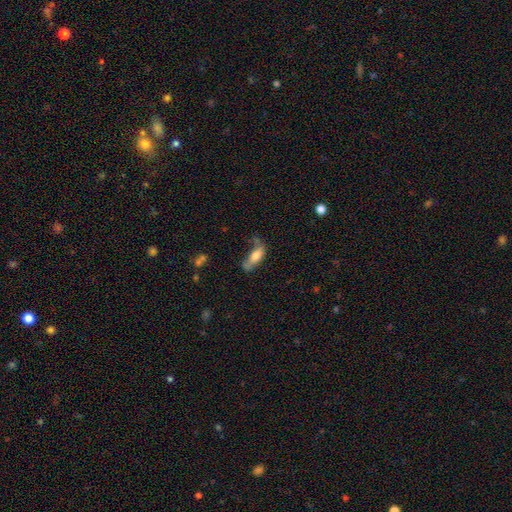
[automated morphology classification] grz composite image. It shows a smooth galaxy with no disk features (61%) that is in between round and cigar-shaped (70%). Merging: none (35%).